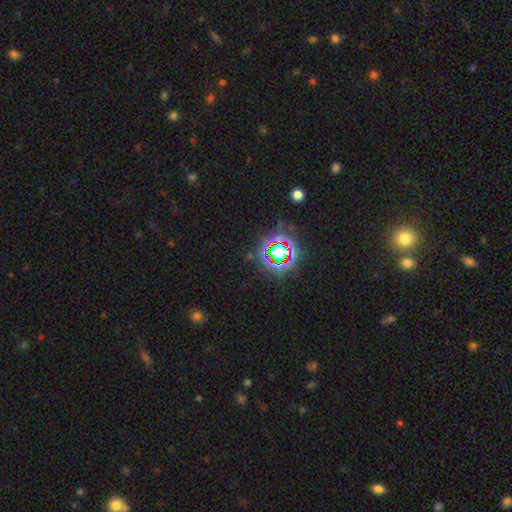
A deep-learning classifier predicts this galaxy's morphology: Smooth or featured?
  - star or artifact: 77% *
  - smooth: 15%
  - featured or disk: 9%